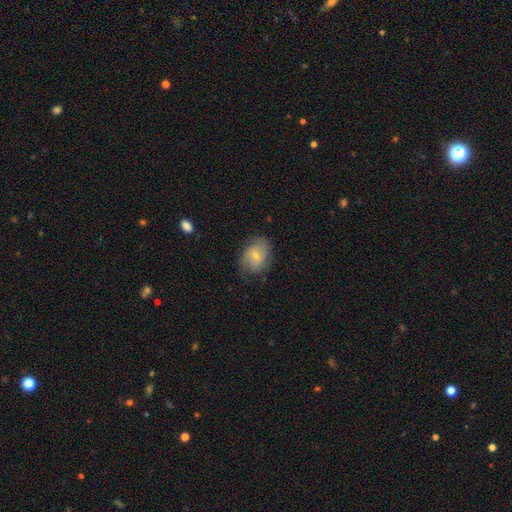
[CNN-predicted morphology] Smooth or featured? Predicted: smooth (p=0.59). How rounded? Predicted: in between (p=0.68). Merging? Predicted: none (p=0.69).